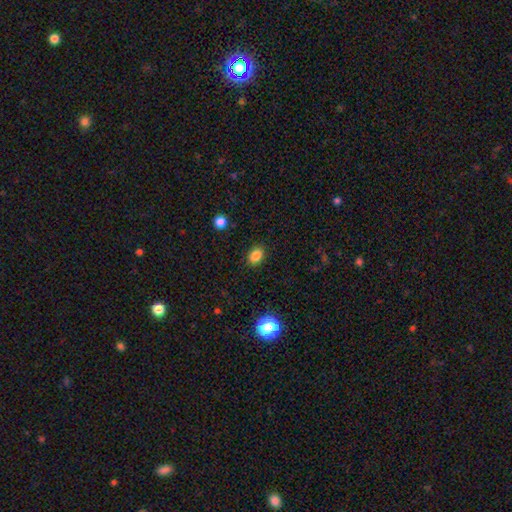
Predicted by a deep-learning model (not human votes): Q: Smooth or featured?
A: smooth (84%); runner-up: star or artifact (11%)
Q: How rounded?
A: in between (69%); runner-up: round (30%)
Q: Merging?
A: none (88%); runner-up: minor disturbance (8%)